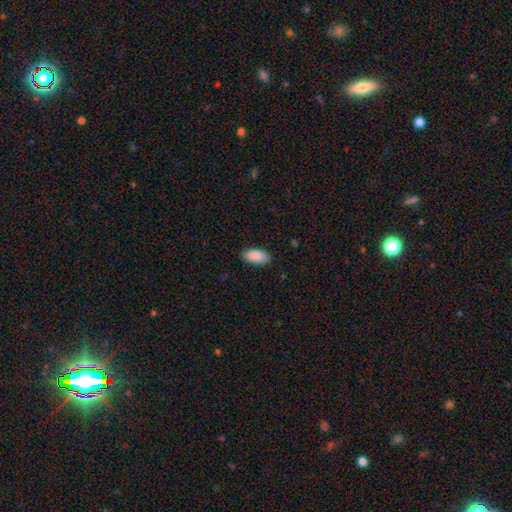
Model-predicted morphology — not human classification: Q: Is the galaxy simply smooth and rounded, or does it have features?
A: smooth — 90%.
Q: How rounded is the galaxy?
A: in between — 94%.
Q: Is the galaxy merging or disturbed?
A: none — 86%.